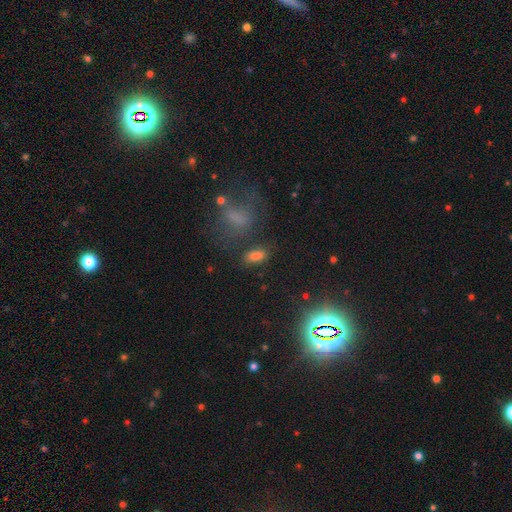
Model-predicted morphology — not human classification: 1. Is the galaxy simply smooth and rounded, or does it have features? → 76% smooth, 16% star or artifact, 7% featured or disk.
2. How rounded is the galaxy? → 86% in between, 8% cigar-shaped, 6% round.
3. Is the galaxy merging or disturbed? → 77% none, 12% minor disturbance, 5% major disturbance, 5% merger.